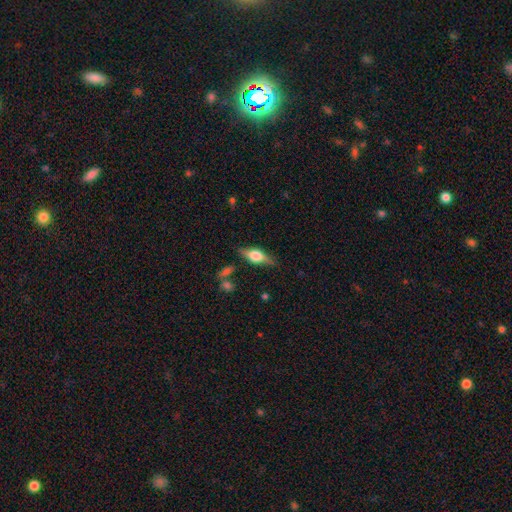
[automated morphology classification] featured or disk 56%, smooth 37%, star or artifact 7%. Down the decision tree: edge-on disk — yes (91%); edge-on bulge — rounded (89%); merging — none (76%).